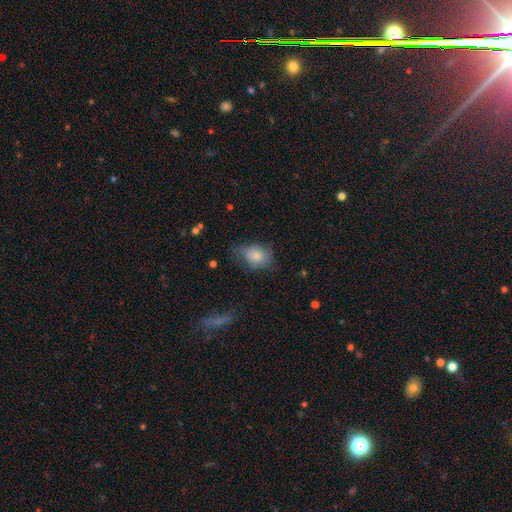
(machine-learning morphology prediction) Smooth or featured: smooth — 77% (featured or disk — 14%)
How rounded: in between — 59% (round — 40%)
Merging: none — 44% (minor disturbance — 37%)